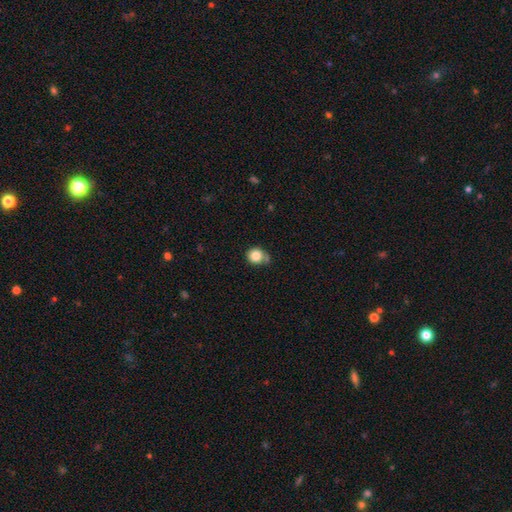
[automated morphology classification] This appears to be a smooth galaxy with no disk features (84%) that is round (83%). Merging: none (56%).